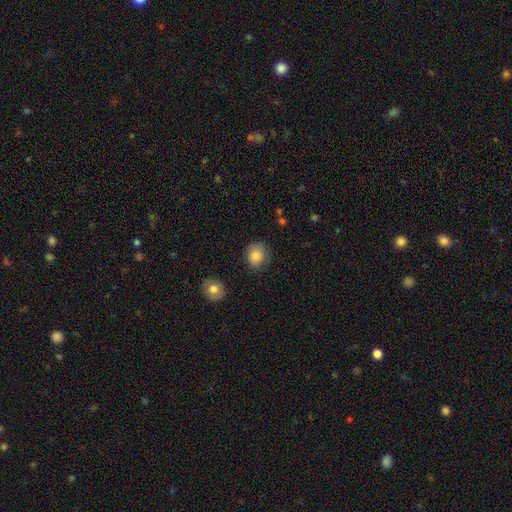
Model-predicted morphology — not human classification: type=smooth (85%); roundness=round (71%); merging=none (77%).